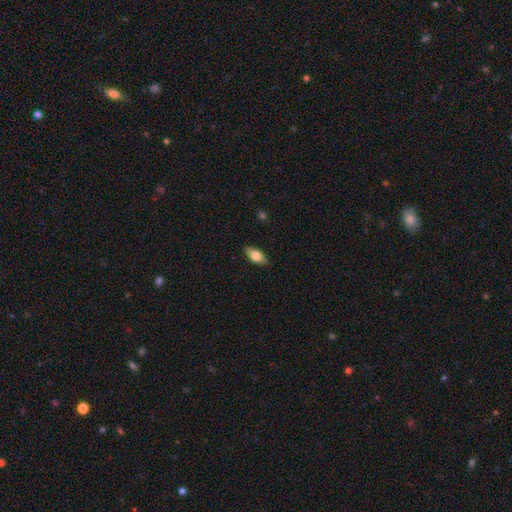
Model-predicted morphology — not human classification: smooth_or_featured: smooth (p=0.72) [alt: featured or disk p=0.21]
how_rounded: in between (p=0.86) [alt: cigar-shaped p=0.10]
merging: none (p=0.87) [alt: minor disturbance p=0.10]